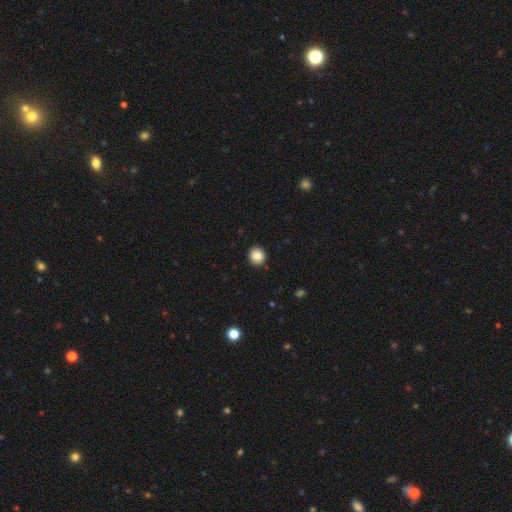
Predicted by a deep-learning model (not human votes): Smooth or featured?
  - smooth: 87% *
  - star or artifact: 10%
  - featured or disk: 3%
How rounded?
  - round: 84% *
  - in between: 15%
  - cigar-shaped: 1%
Merging?
  - none: 89% *
  - minor disturbance: 8%
  - major disturbance: 2%
  - merger: 1%